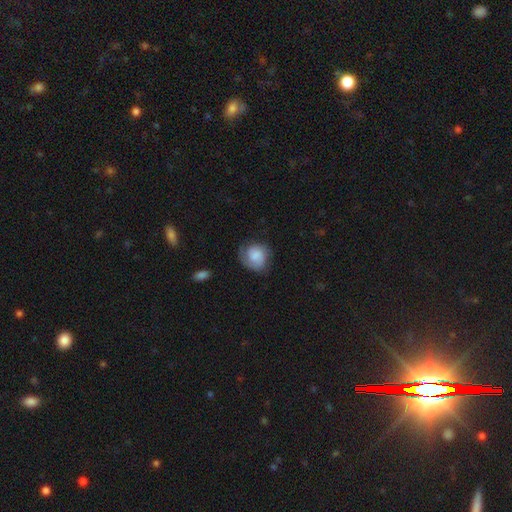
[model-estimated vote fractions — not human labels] A featured or disk galaxy (47%).

Vote fractions:
- Smooth or featured? featured or disk: 47% / smooth: 46% / star or artifact: 8%
- Merging? none: 63% / minor disturbance: 23% / major disturbance: 12% / merger: 1%